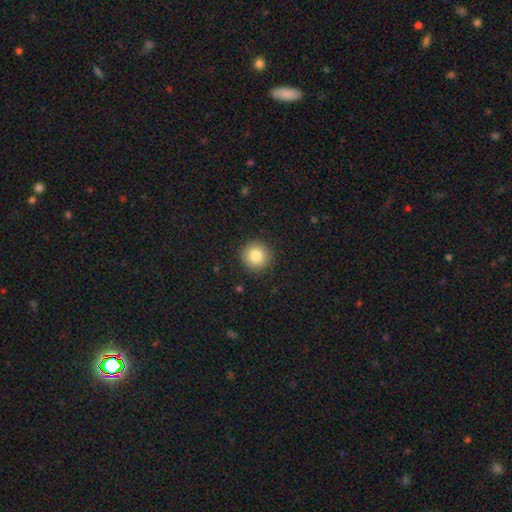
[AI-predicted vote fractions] smooth_or_featured: smooth (p=0.82) [alt: star or artifact p=0.10]
how_rounded: round (p=0.94) [alt: in between p=0.05]
merging: none (p=0.92) [alt: minor disturbance p=0.06]